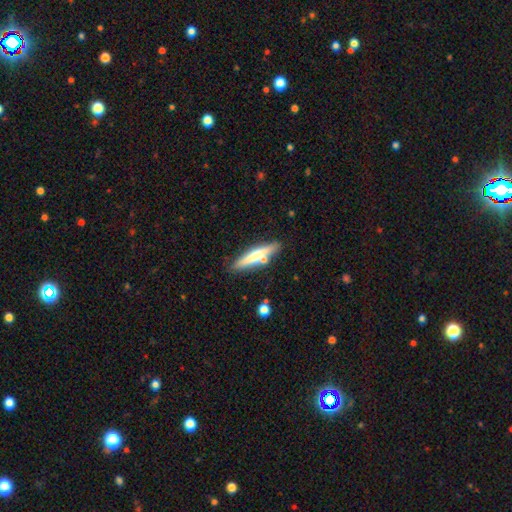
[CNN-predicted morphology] A smooth galaxy with no disk features (51%) that is cigar-shaped (86%). Merging: none (78%).